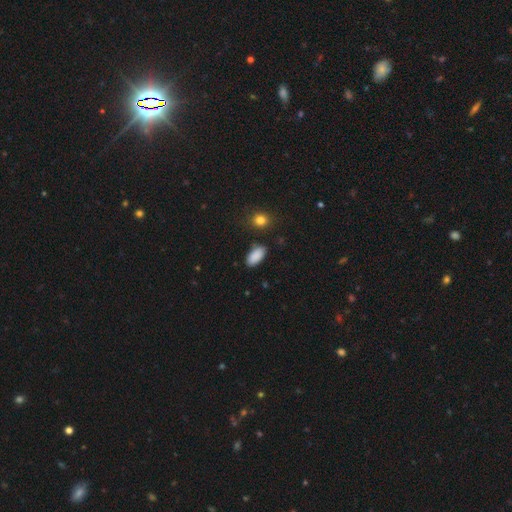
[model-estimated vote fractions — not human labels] This appears to be a smooth galaxy with no disk features (89%) that is in between round and cigar-shaped (93%). Merging: none (85%).